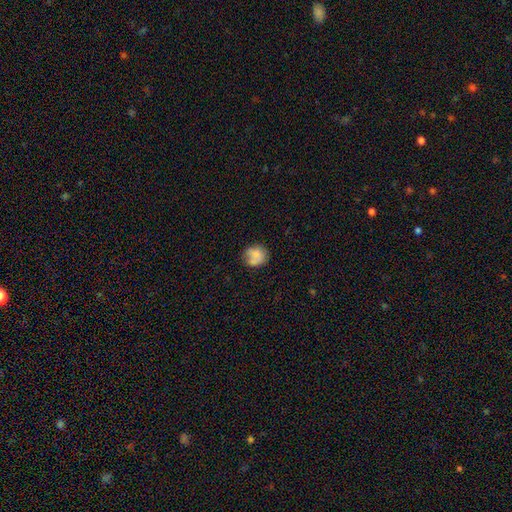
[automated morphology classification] type=smooth (76%); roundness=round (76%); merging=none (58%).